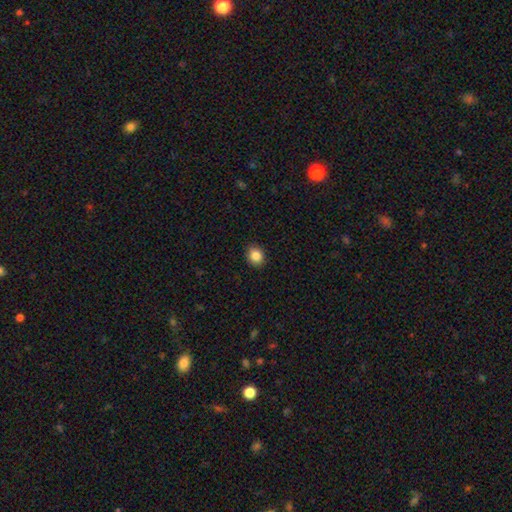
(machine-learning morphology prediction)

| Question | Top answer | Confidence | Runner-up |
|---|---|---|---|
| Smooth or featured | smooth | 86% | star or artifact (9%) |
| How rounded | round | 60% | in between (39%) |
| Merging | none | 89% | minor disturbance (8%) |